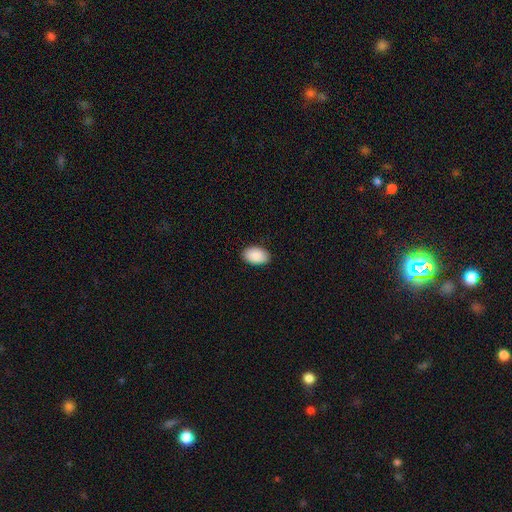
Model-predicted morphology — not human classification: smooth_or_featured: smooth (p=0.91) [alt: star or artifact p=0.06]
how_rounded: in between (p=0.93) [alt: round p=0.06]
merging: none (p=0.89) [alt: minor disturbance p=0.08]